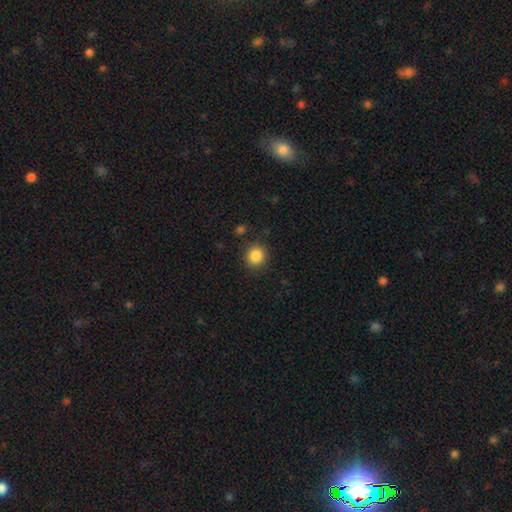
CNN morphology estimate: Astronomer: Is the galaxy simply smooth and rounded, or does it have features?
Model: smooth — 87%.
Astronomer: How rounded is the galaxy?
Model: round — 88%.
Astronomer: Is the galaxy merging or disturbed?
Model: none — 88%.